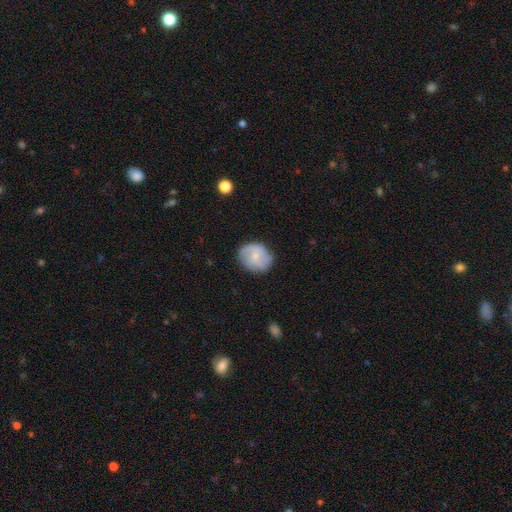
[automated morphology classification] The model was most divided on "smooth or featured": featured or disk: 52%, smooth: 41%, star or artifact: 7%. More confident: edge-on disk — no (98%); spiral arms — yes (85%); merging — none (77%); bar — no (63%); bulge size — small (59%).